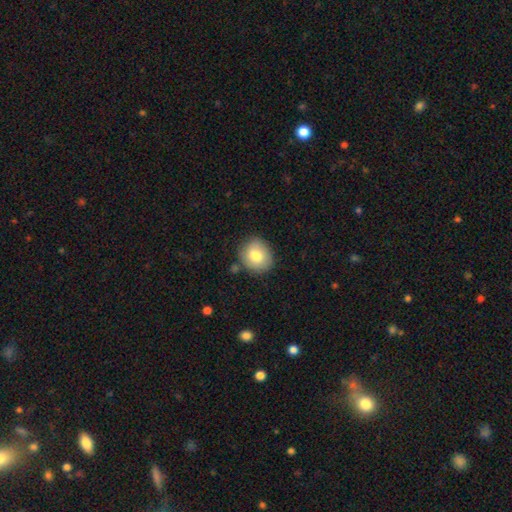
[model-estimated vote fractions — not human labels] smooth-or-featured: smooth: 79% | featured or disk: 13% | star or artifact: 8%
  how-rounded: round: 71% | in between: 29% | cigar-shaped: 1%
  merging: none: 82% | minor disturbance: 12% | merger: 3% | major disturbance: 3%